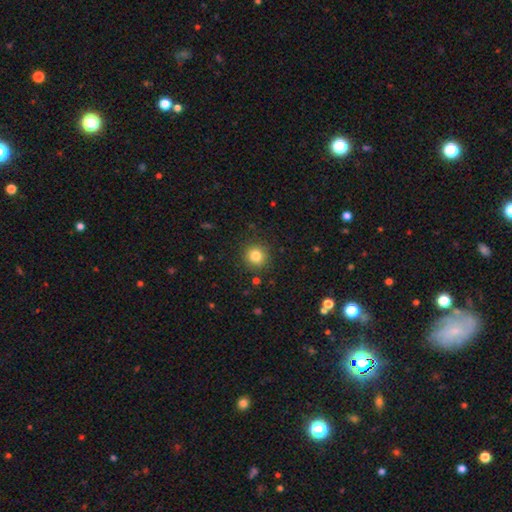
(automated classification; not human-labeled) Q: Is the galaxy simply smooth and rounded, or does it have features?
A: smooth — 81%.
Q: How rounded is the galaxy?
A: round — 93%.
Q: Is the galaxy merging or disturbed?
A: none — 88%.